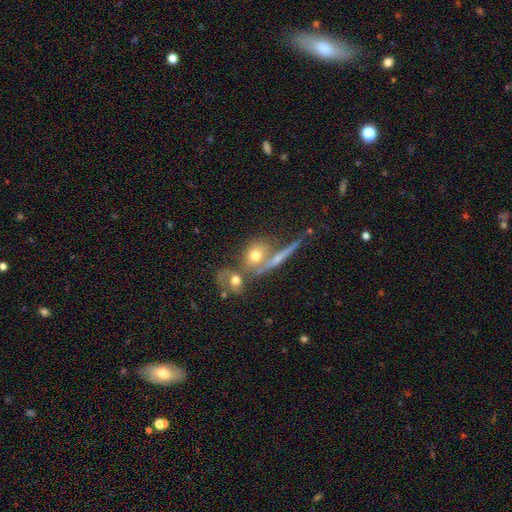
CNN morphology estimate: smooth_or_featured: smooth (p=0.61) [alt: featured or disk p=0.28]
how_rounded: round (p=0.54) [alt: in between p=0.36]
merging: none (p=0.40) [tied with: merger p=0.40]